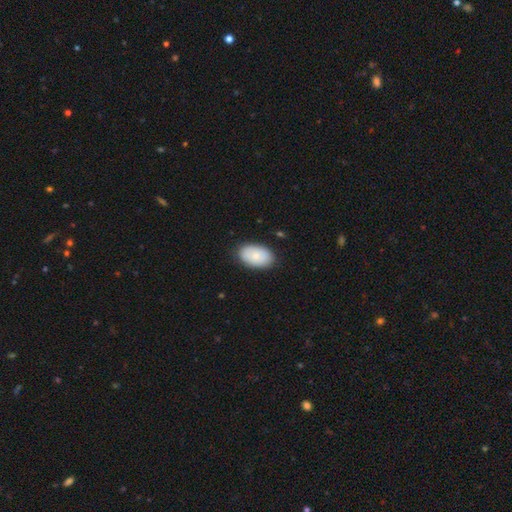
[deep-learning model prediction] Morphology: type=smooth (81%); roundness=in between (93%); merging=none (85%).